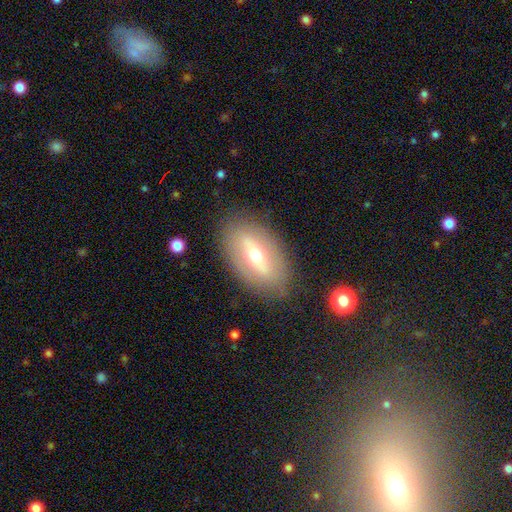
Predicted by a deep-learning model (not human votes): Smooth or featured? featured or disk (56%)
Edge-on disk? no (79%)
Merging? none (82%)